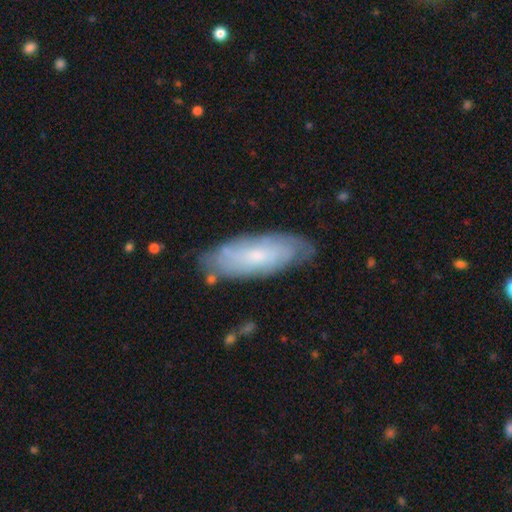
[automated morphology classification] Q: Smooth or featured?
A: featured or disk (52%); runner-up: smooth (41%)
Q: Edge-on disk?
A: no (82%); runner-up: yes (18%)
Q: Merging?
A: none (76%); runner-up: minor disturbance (18%)